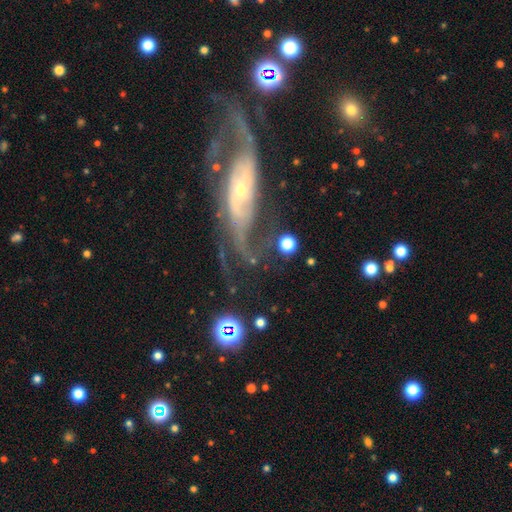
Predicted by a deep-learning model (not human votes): smooth_or_featured: featured or disk (p=0.80) [alt: smooth p=0.11]
disk_edge_on: no (p=0.86) [alt: yes p=0.14]
bar: no (p=0.60) [alt: weak p=0.25]
has_spiral_arms: yes (p=0.87) [alt: no p=0.13]
spiral_winding: medium (p=0.37) [alt: loose p=0.34]
spiral_arm_count: 2 (p=0.49) [alt: can't tell p=0.25]
bulge_size: small (p=0.72) [alt: moderate p=0.23]
merging: none (p=0.52) [alt: major disturbance p=0.24]